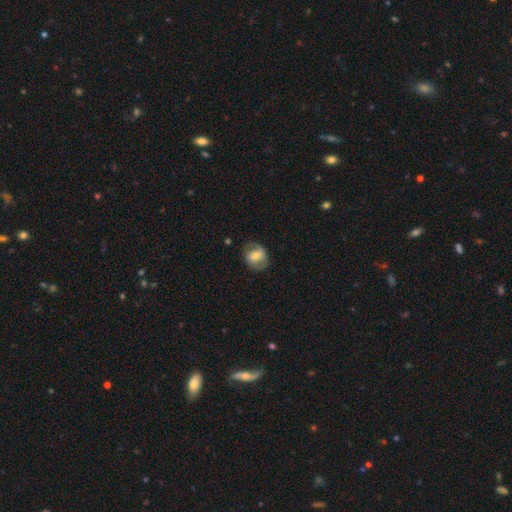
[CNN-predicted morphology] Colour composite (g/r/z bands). It shows a featured or disk galaxy (55%) with a weak bar (40%), spiral arms (69%) and a moderate central bulge (59%). Merging: none (70%).